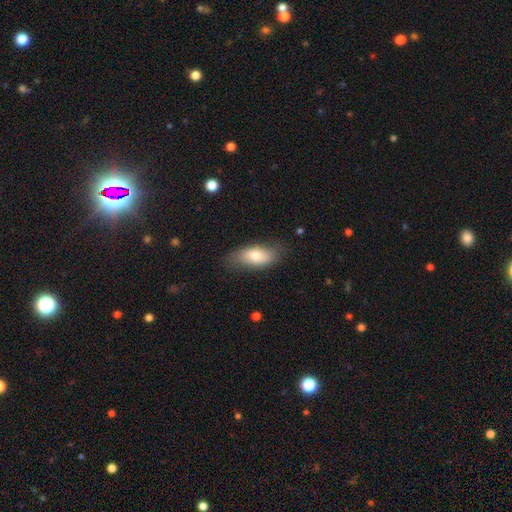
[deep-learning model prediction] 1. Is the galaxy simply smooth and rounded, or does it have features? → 78% smooth, 16% featured or disk, 6% star or artifact.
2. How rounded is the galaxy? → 86% in between, 11% cigar-shaped, 3% round.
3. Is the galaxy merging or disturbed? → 72% none, 20% minor disturbance, 6% major disturbance, 1% merger.